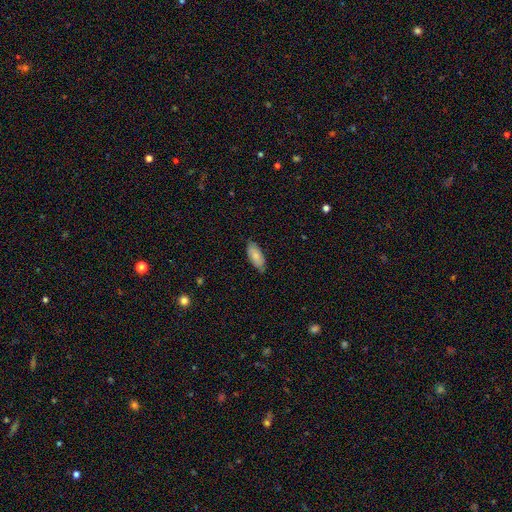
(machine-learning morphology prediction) Smooth or featured?
  - smooth: 82% *
  - featured or disk: 12%
  - star or artifact: 6%
How rounded?
  - in between: 87% *
  - cigar-shaped: 11%
  - round: 2%
Merging?
  - none: 79% *
  - minor disturbance: 17%
  - major disturbance: 2%
  - merger: 1%